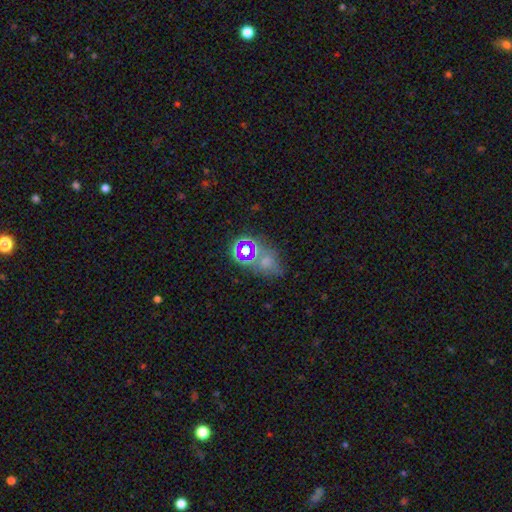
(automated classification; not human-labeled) Smooth or featured?
  - smooth: 56% *
  - star or artifact: 22%
  - featured or disk: 22%
How rounded?
  - in between: 56% *
  - round: 40%
  - cigar-shaped: 3%
Merging?
  - none: 42% *
  - merger: 38%
  - minor disturbance: 11%
  - major disturbance: 8%